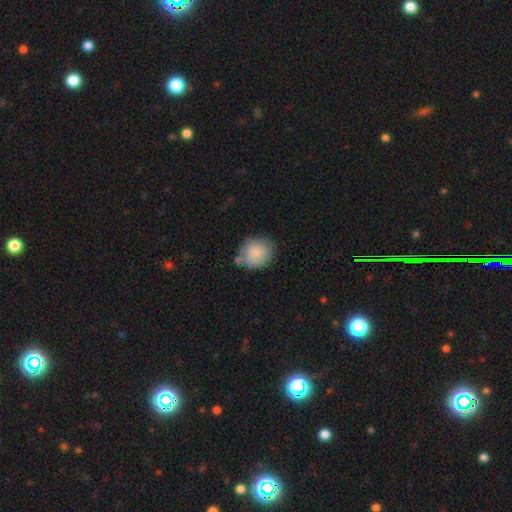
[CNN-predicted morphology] Overall: smooth (80%). How rounded: round (80%). Merging: none (72%).